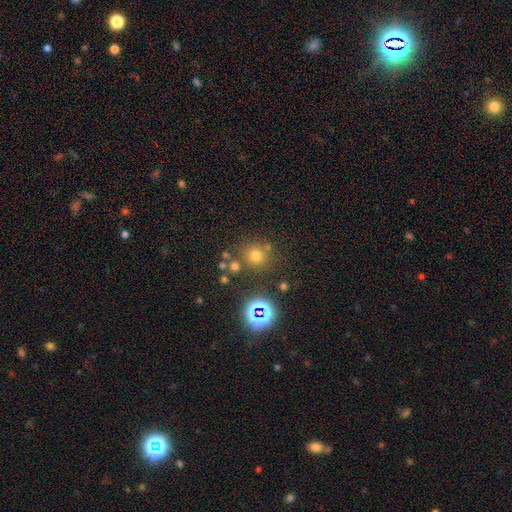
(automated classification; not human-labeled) Smooth or featured? Predicted: smooth (p=0.64). How rounded? Predicted: round (p=0.92). Merging? Predicted: none (p=0.77).